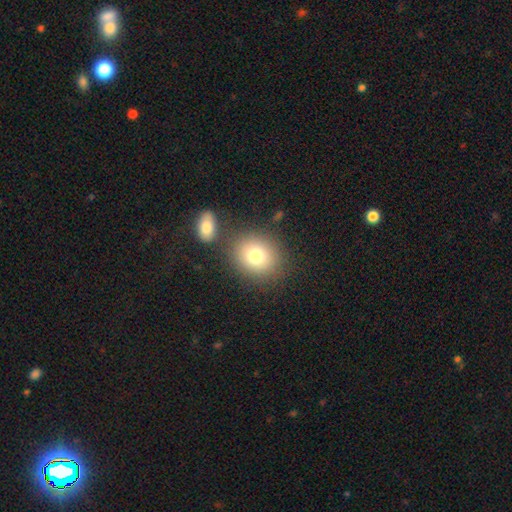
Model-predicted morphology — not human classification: A smooth galaxy with no disk features (78%) that is round (69%). Merging: none (75%).